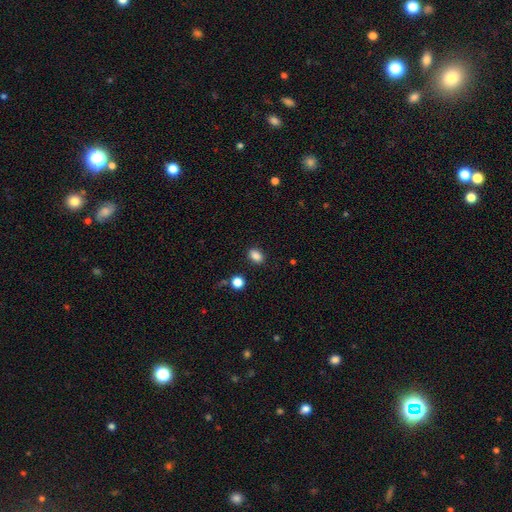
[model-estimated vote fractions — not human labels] Overall: smooth (86%). How rounded: in between (77%). Merging: none (86%).